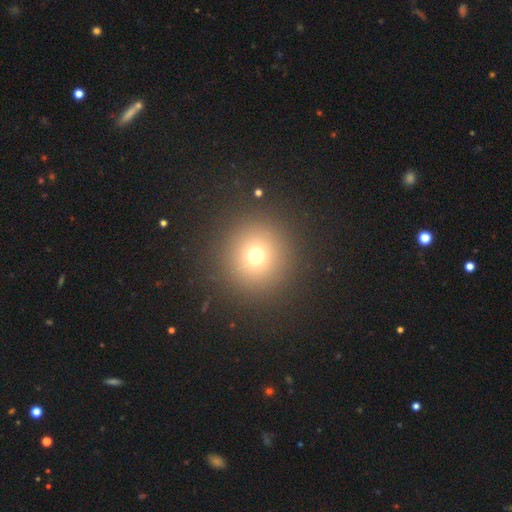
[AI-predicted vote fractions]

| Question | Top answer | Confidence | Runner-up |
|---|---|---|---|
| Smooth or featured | smooth | 70% | star or artifact (21%) |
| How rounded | round | 95% | in between (4%) |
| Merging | none | 90% | minor disturbance (5%) |